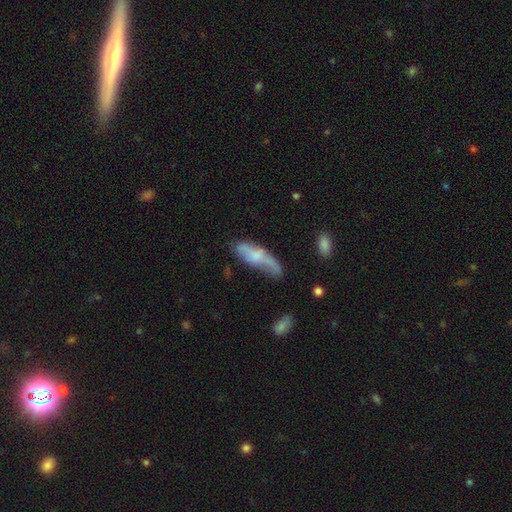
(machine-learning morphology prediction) smooth_or_featured: smooth (p=0.55) [alt: featured or disk p=0.38]
how_rounded: in between (p=0.56) [alt: cigar-shaped p=0.41]
merging: none (p=0.36) [alt: minor disturbance p=0.32]